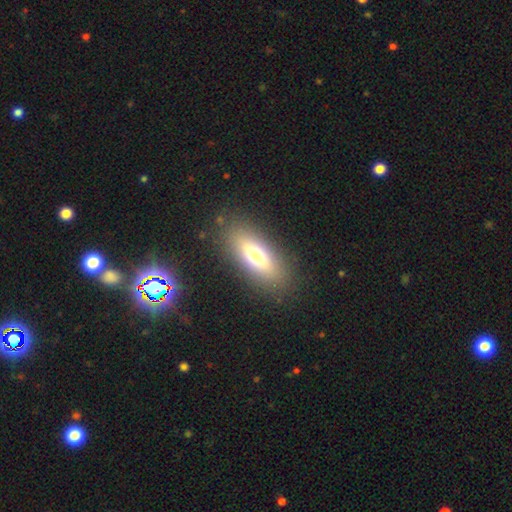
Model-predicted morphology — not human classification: A smooth galaxy with no disk features (68%) that is in between round and cigar-shaped (73%). Merging: none (85%).